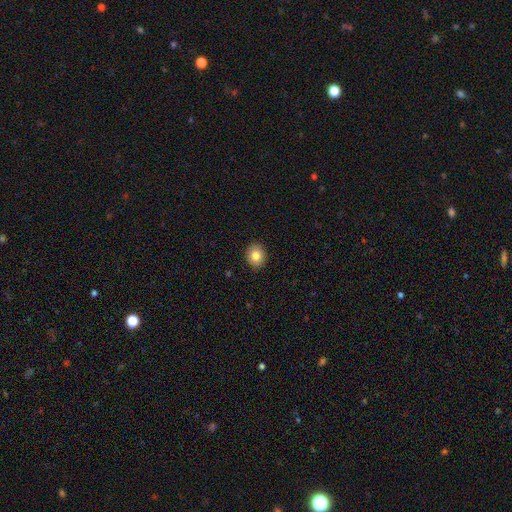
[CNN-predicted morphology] smooth 83%, star or artifact 9%, featured or disk 8%. Down the decision tree: how rounded — round (67%); merging — none (91%).